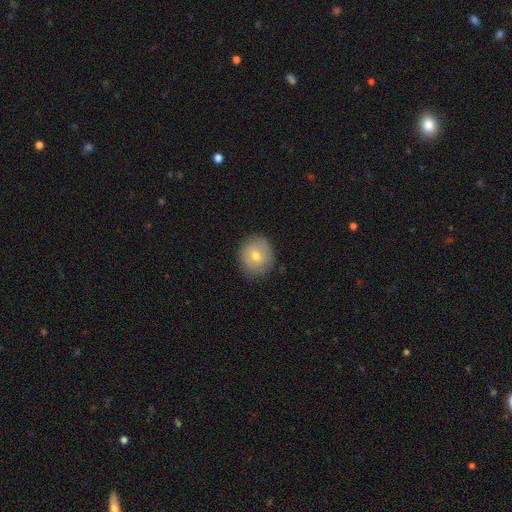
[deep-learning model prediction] Overall: smooth (62%; featured or disk 29%). How rounded: round (81%). Merging: none (86%).